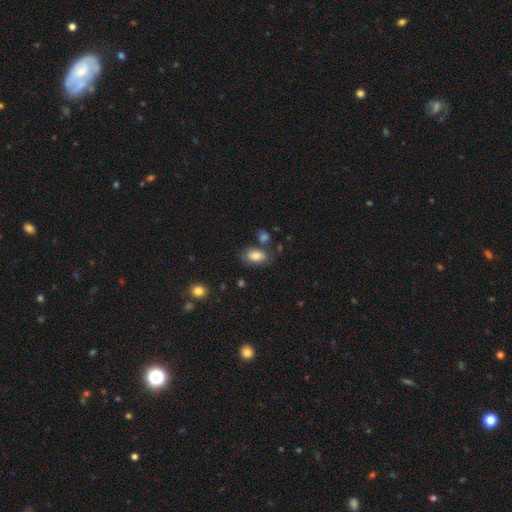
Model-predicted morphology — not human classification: Overall: smooth (83%). How rounded: in between (89%). Merging: none (67%).